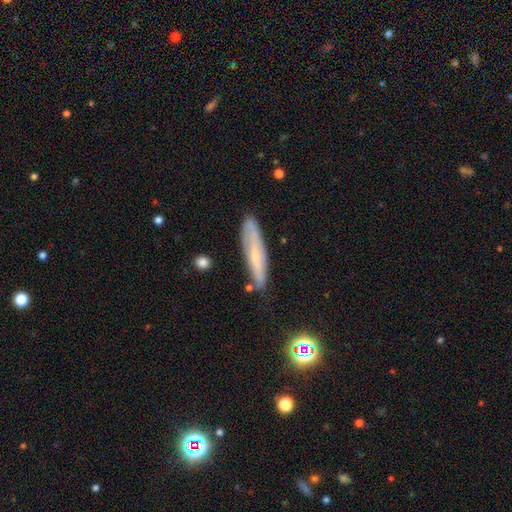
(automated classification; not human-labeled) Smooth or featured: featured or disk — 54% (smooth — 37%)
Edge-on disk: yes — 55% (no — 45%)
Merging: none — 76% (minor disturbance — 18%)